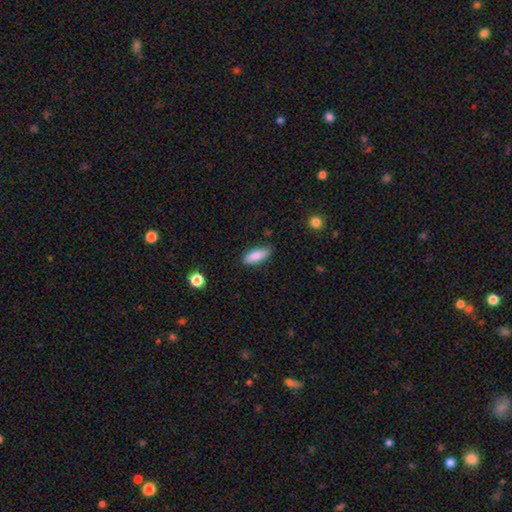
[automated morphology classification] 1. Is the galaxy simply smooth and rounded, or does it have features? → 84% smooth, 9% featured or disk, 7% star or artifact.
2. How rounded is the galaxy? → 69% in between, 29% cigar-shaped, 2% round.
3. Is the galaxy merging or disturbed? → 82% none, 14% minor disturbance, 3% major disturbance, 2% merger.